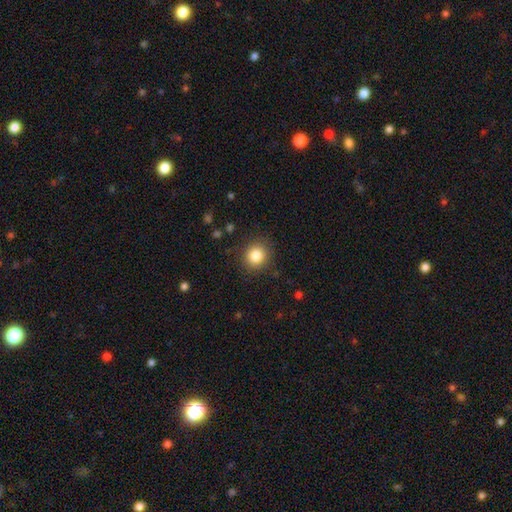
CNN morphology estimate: smooth_or_featured: smooth (p=0.84) [alt: star or artifact p=0.11]
how_rounded: round (p=0.86) [alt: in between p=0.13]
merging: none (p=0.88) [alt: minor disturbance p=0.08]